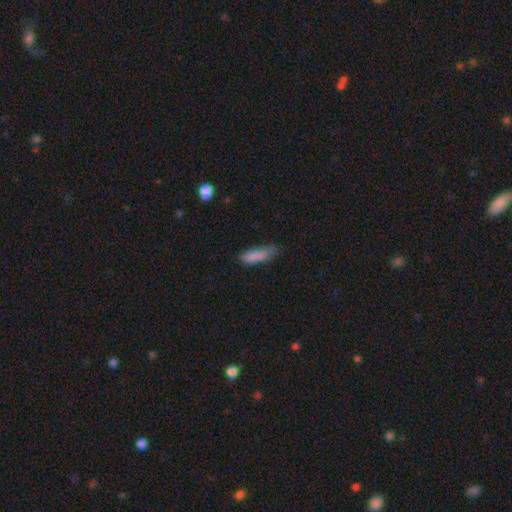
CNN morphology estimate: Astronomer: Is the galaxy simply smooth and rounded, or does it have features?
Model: smooth — 86%.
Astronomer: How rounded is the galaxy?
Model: in between — 55% (runner-up: cigar-shaped, 43%).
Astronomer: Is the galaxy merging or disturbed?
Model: none — 55% (runner-up: minor disturbance, 34%).